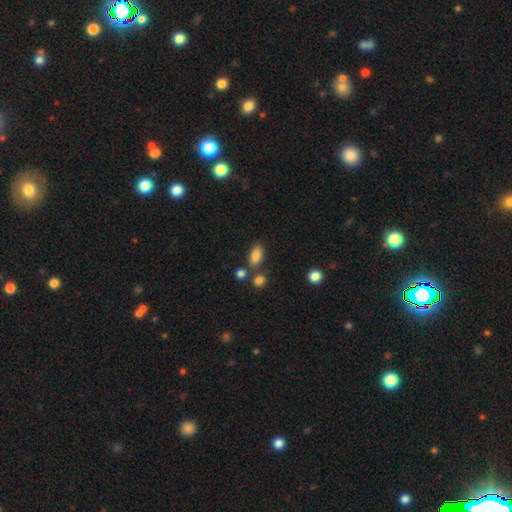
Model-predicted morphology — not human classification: smooth_or_featured: smooth (p=0.85) [alt: star or artifact p=0.10]
how_rounded: in between (p=0.85) [alt: cigar-shaped p=0.08]
merging: none (p=0.68) [alt: minor disturbance p=0.14]